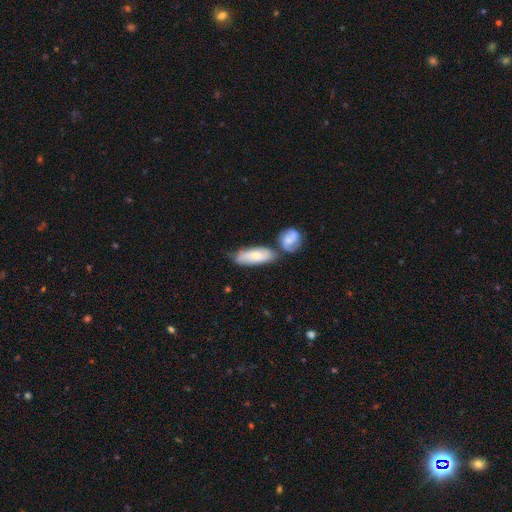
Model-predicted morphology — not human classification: smooth_or_featured: smooth (p=0.60) [alt: featured or disk p=0.34]
how_rounded: in between (p=0.73) [alt: cigar-shaped p=0.24]
merging: none (p=0.51) [alt: merger p=0.26]